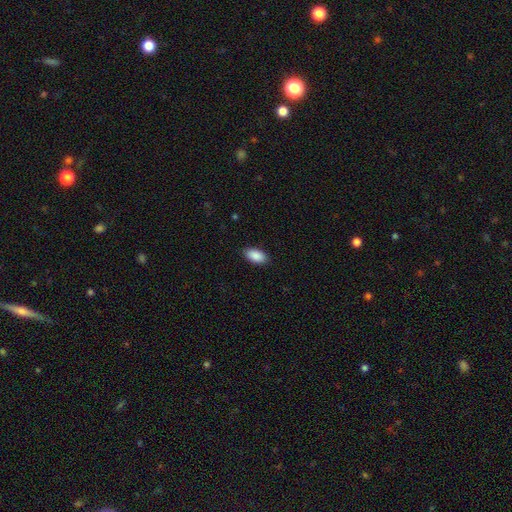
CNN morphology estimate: smooth 90%, star or artifact 6%, featured or disk 4%. Down the decision tree: how rounded — in between (94%); merging — none (88%).